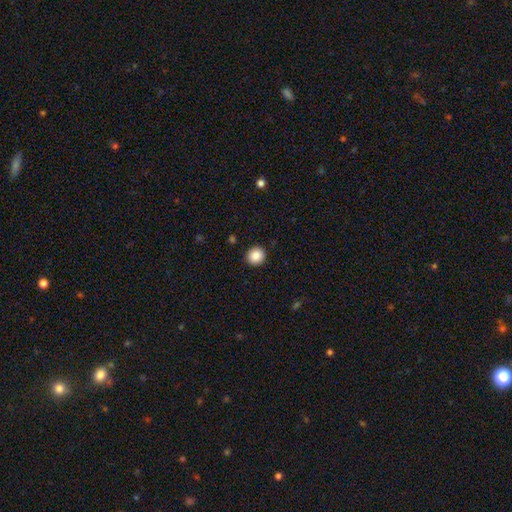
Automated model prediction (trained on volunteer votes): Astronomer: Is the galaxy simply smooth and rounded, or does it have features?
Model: smooth — 87%.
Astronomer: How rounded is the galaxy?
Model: round — 86%.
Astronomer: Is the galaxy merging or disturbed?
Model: none — 92%.